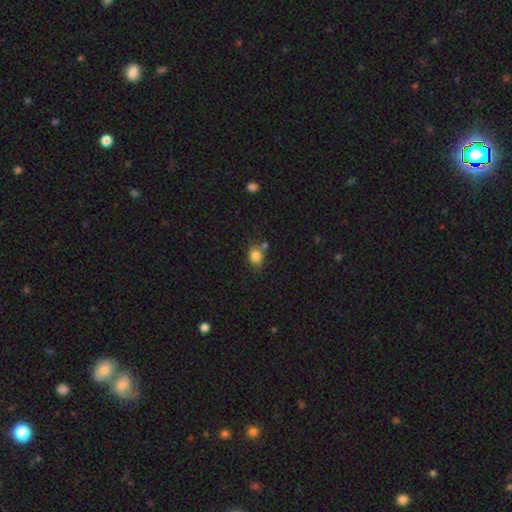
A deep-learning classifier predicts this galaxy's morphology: A smooth galaxy with no disk features (83%) that is in between round and cigar-shaped (55%). Merging: none (69%).